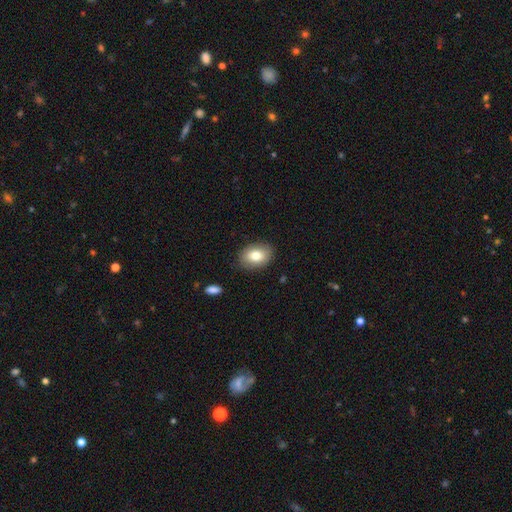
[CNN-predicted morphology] Q: Smooth or featured?
A: smooth (79%); runner-up: featured or disk (14%)
Q: How rounded?
A: in between (77%); runner-up: round (22%)
Q: Merging?
A: none (85%); runner-up: minor disturbance (11%)